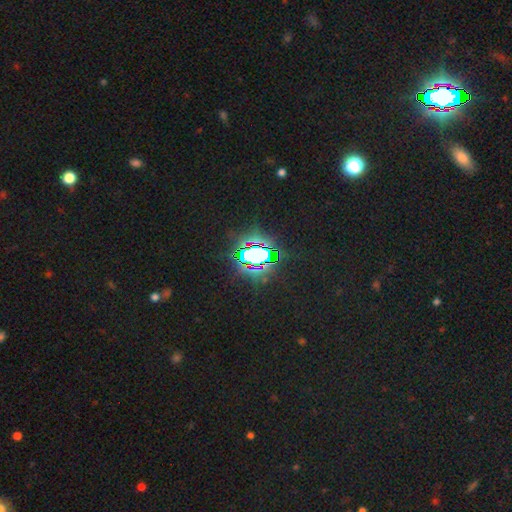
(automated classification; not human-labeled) This appears to be a star or artifact, not a galaxy (72%).